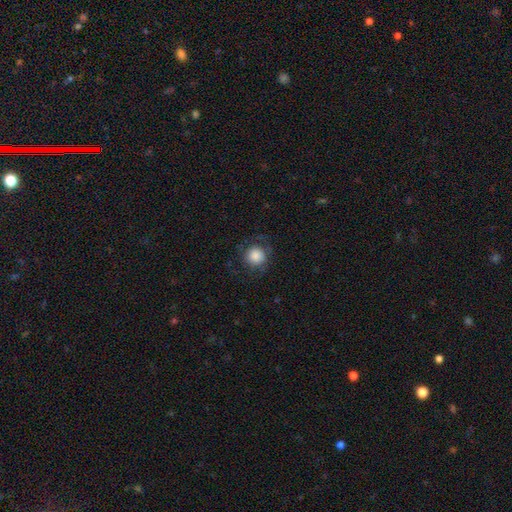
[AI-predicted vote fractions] Smooth or featured? Predicted: smooth (p=0.80). How rounded? Predicted: round (p=0.93). Merging? Predicted: none (p=0.77).